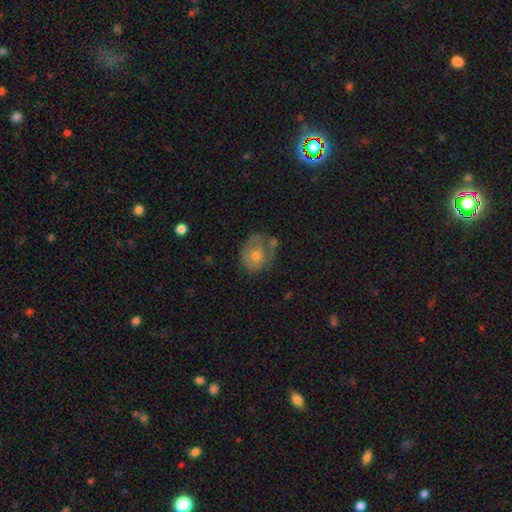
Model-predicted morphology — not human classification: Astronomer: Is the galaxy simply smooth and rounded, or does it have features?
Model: smooth — 50% (runner-up: featured or disk, 41%).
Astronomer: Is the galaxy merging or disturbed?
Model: none — 48% (runner-up: minor disturbance, 26%).